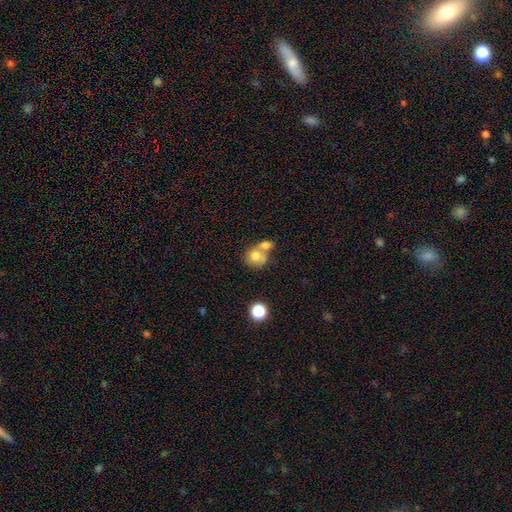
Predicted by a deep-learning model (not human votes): This appears to be a smooth galaxy with no disk features (70%) that is round (75%). Merging: merger (58%).